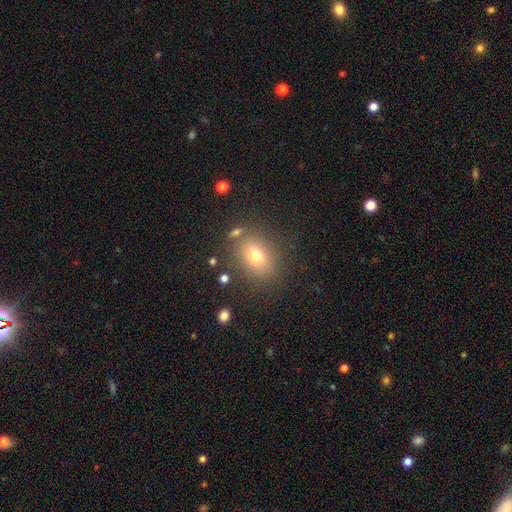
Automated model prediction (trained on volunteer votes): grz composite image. It shows a smooth galaxy with no disk features (73%) that is in between round and cigar-shaped (57%). Merging: none (78%).